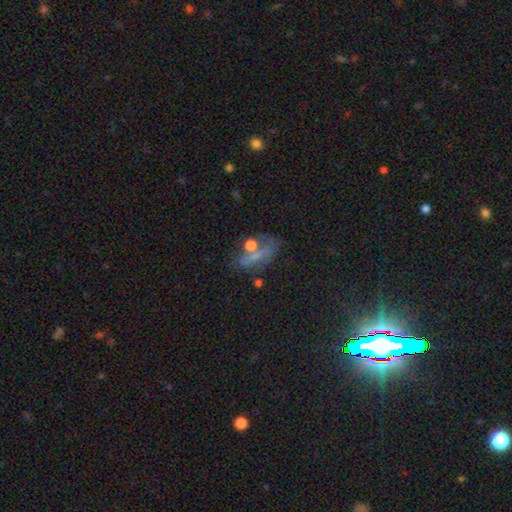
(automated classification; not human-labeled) smooth 39%, star or artifact 32%, featured or disk 29%. Down the decision tree: merging — none (55%).